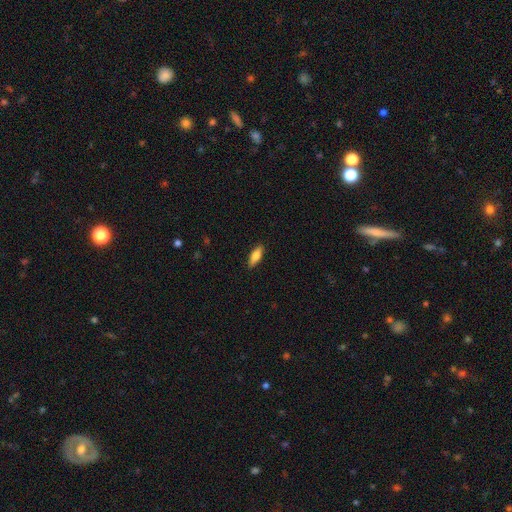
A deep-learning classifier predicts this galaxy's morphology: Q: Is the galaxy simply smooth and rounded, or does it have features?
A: smooth — 74%.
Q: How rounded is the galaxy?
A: in between — 63%.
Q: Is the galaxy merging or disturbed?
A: none — 88%.